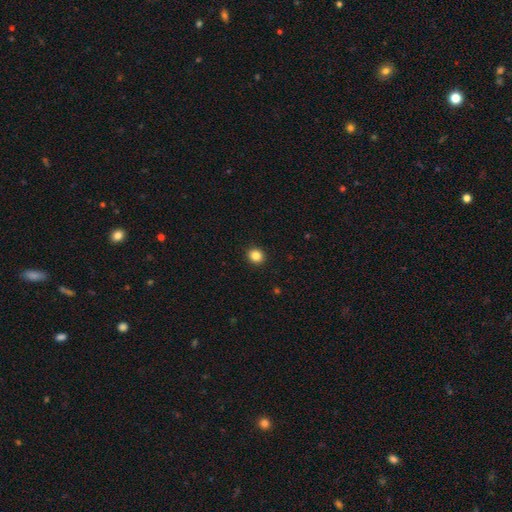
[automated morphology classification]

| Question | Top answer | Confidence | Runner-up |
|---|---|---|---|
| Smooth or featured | smooth | 85% | star or artifact (11%) |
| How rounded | round | 83% | in between (16%) |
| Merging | none | 93% | minor disturbance (5%) |